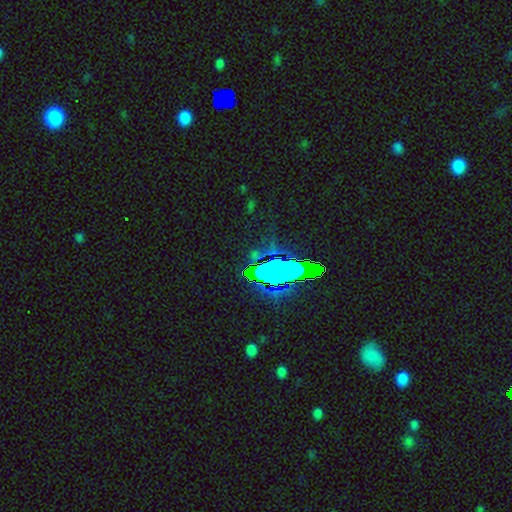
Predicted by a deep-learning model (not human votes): A star or artifact, not a galaxy (67%).

Vote fractions:
- Smooth or featured? star or artifact: 67% / smooth: 21% / featured or disk: 13%